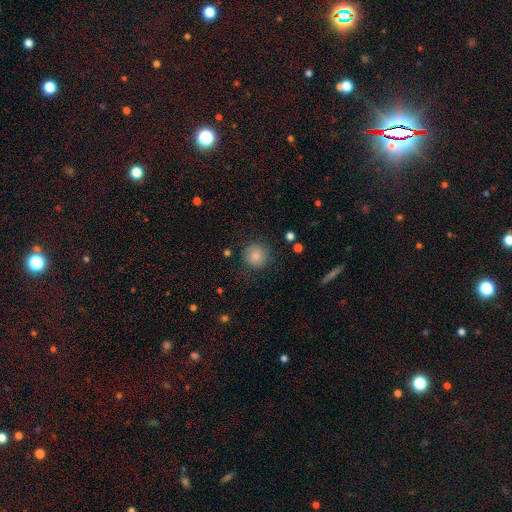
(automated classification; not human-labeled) This is clearly a smooth galaxy (85%). How rounded: clearly round (93%). Merging: clearly none (85%).